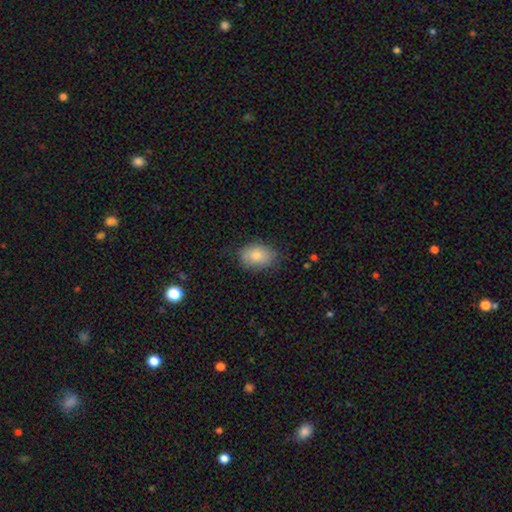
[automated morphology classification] Q: Smooth or featured?
A: smooth (81%); runner-up: featured or disk (10%)
Q: How rounded?
A: in between (77%); runner-up: round (21%)
Q: Merging?
A: none (78%); runner-up: minor disturbance (17%)